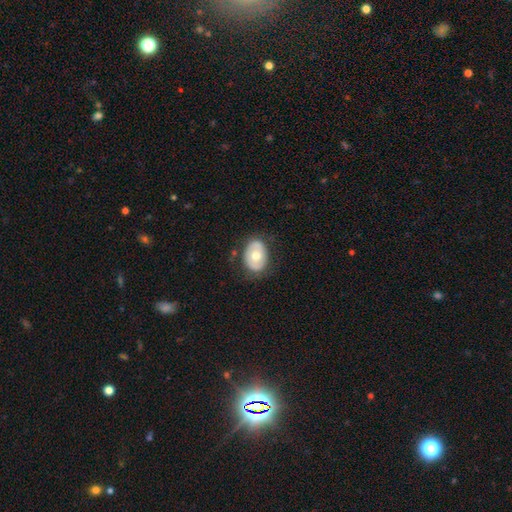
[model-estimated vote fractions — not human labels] This is possibly a smooth galaxy (56%). How rounded: likely in between (68%). Merging: likely none (75%).